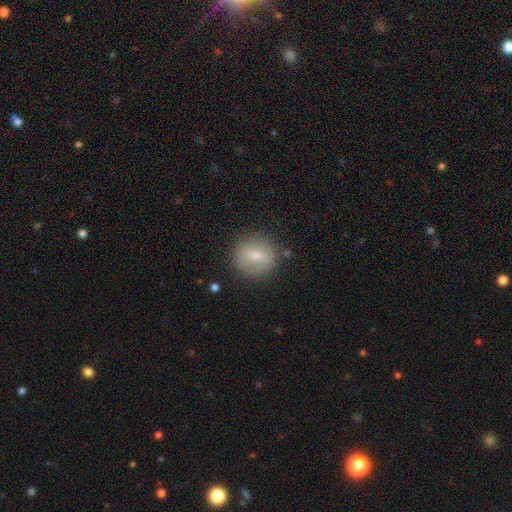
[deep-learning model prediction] A smooth galaxy with no disk features (58%) that is round (79%). Merging: none (82%).